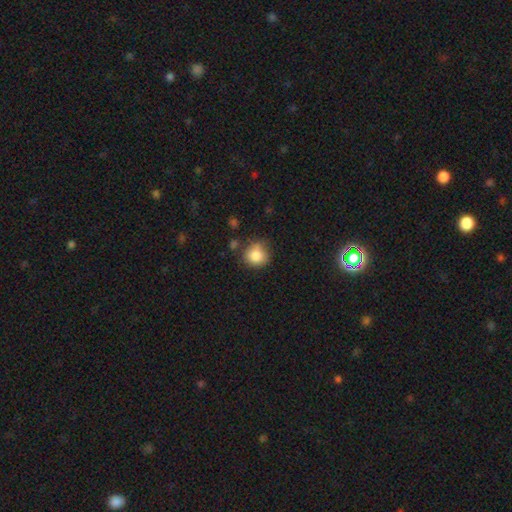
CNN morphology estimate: Smooth or featured?
  - smooth: 82% *
  - star or artifact: 10%
  - featured or disk: 8%
How rounded?
  - round: 84% *
  - in between: 15%
  - cigar-shaped: 1%
Merging?
  - none: 63% *
  - minor disturbance: 23%
  - merger: 7%
  - major disturbance: 6%